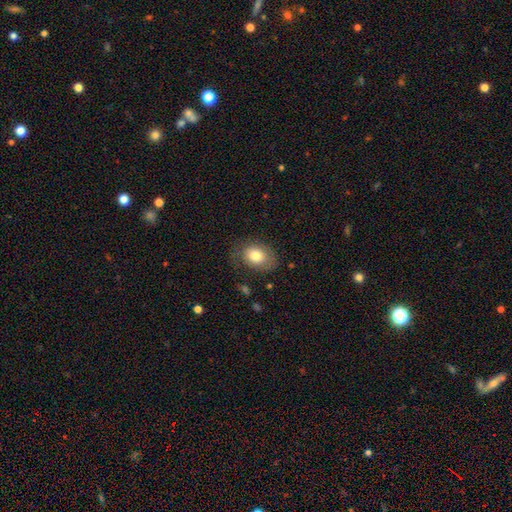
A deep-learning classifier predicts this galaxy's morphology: smooth 76%, featured or disk 16%, star or artifact 8%. Down the decision tree: how rounded — in between (72%); merging — none (68%).